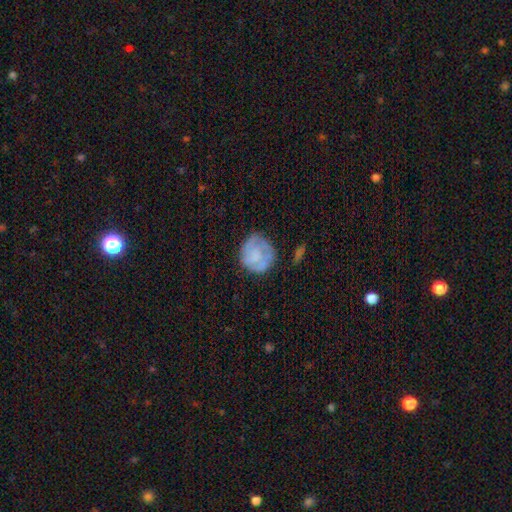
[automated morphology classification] smooth-or-featured: smooth: 52% | featured or disk: 40% | star or artifact: 7%
  how-rounded: round: 83% | in between: 16% | cigar-shaped: 1%
  merging: none: 65% | minor disturbance: 23% | major disturbance: 10% | merger: 2%